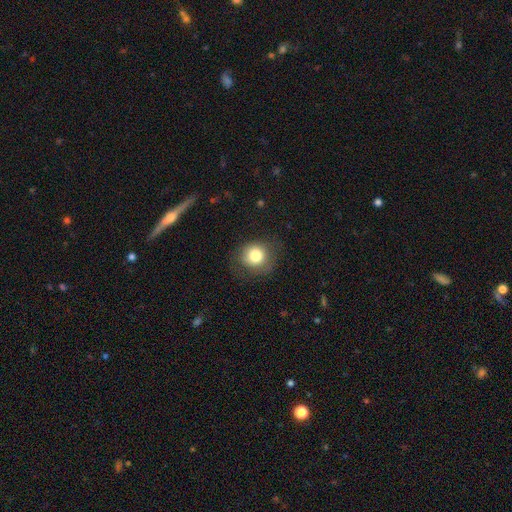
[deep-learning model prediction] Q: Smooth or featured?
A: smooth (80%); runner-up: featured or disk (10%)
Q: How rounded?
A: round (83%); runner-up: in between (16%)
Q: Merging?
A: none (75%); runner-up: minor disturbance (16%)